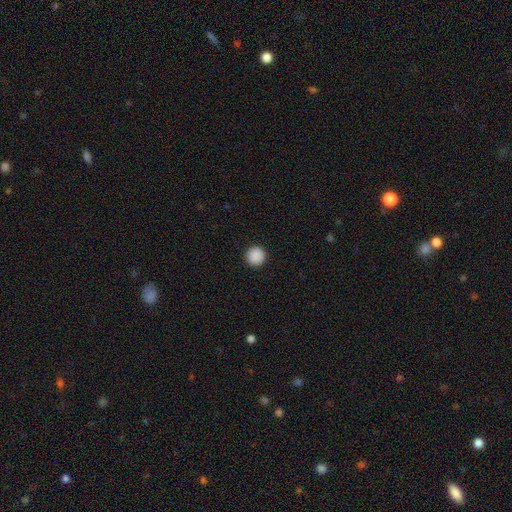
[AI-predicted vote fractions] Q: Smooth or featured?
A: smooth (90%); runner-up: star or artifact (8%)
Q: How rounded?
A: round (96%); runner-up: in between (3%)
Q: Merging?
A: none (94%); runner-up: minor disturbance (4%)